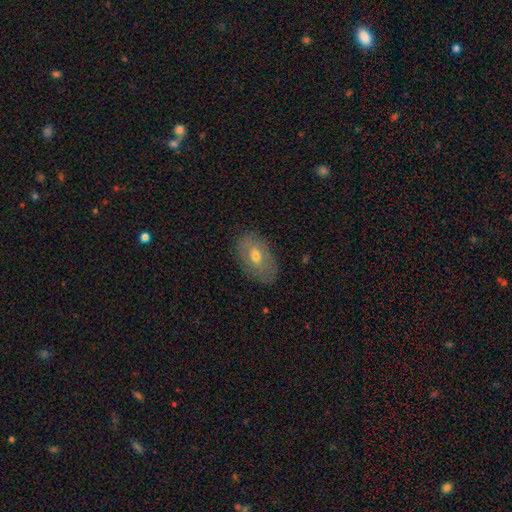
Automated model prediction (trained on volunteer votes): A smooth galaxy with no disk features (54%) that is in between round and cigar-shaped (89%). Merging: none (80%).